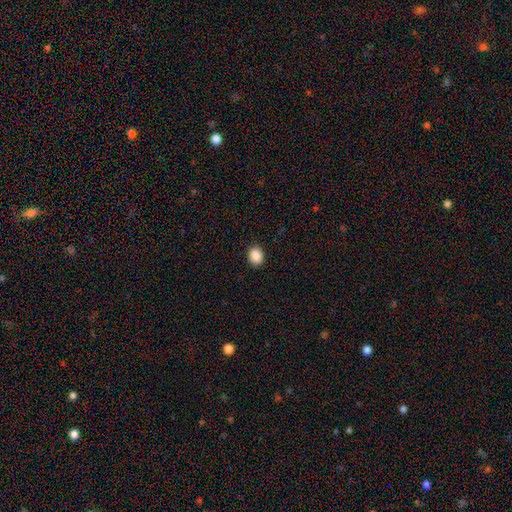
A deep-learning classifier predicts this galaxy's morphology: Smooth or featured?
  - smooth: 89% *
  - star or artifact: 8%
  - featured or disk: 2%
How rounded?
  - round: 55% *
  - in between: 44%
  - cigar-shaped: 1%
Merging?
  - none: 90% *
  - minor disturbance: 7%
  - major disturbance: 2%
  - merger: 1%